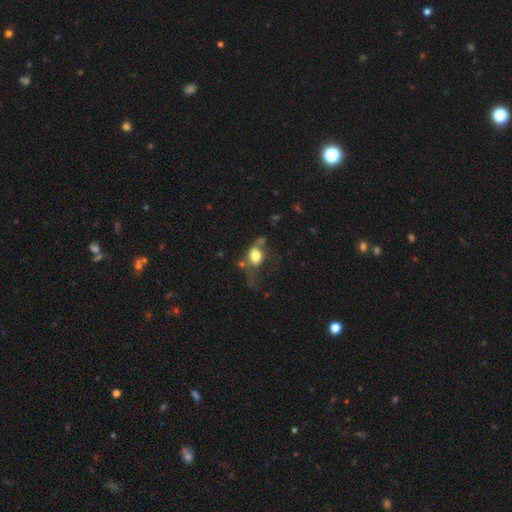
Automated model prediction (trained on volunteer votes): smooth_or_featured: smooth (p=0.73) [alt: featured or disk p=0.18]
how_rounded: in between (p=0.66) [alt: round p=0.32]
merging: major disturbance (p=0.31) [alt: none p=0.29]